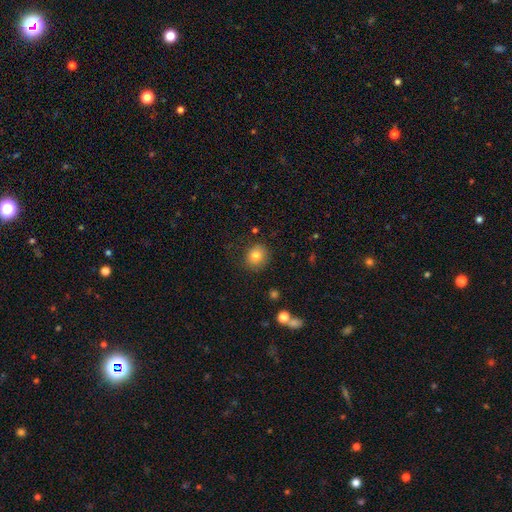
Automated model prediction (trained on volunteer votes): The model was most divided on "how rounded": round: 82%, in between: 17%, cigar-shaped: 1%. More confident: merging — none (83%); smooth or featured — smooth (80%).